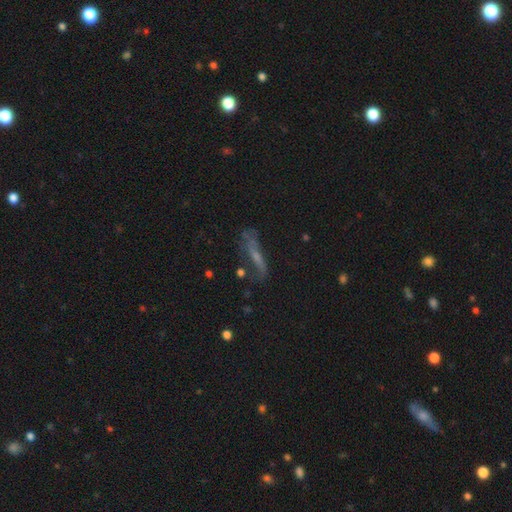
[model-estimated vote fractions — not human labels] Overall: featured or disk (52%; smooth 32%). Edge-on disk: no (51%; yes 49%). Merging: none (56%; minor disturbance 23%).